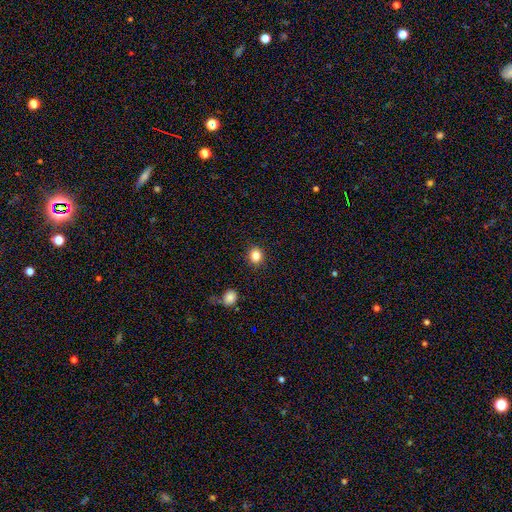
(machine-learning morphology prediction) This is clearly a smooth galaxy (84%). How rounded: likely round (76%). Merging: clearly none (90%).